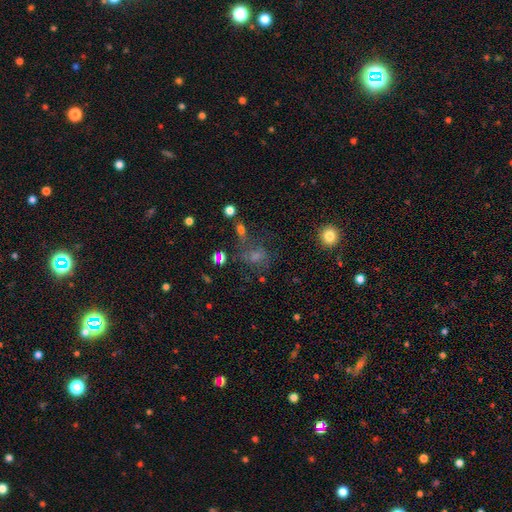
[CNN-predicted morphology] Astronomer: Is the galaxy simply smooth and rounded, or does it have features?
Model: smooth — 50% (runner-up: star or artifact, 28%).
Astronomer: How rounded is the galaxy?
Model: in between — 51% (runner-up: round, 46%).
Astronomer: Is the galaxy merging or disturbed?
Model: none — 48%.